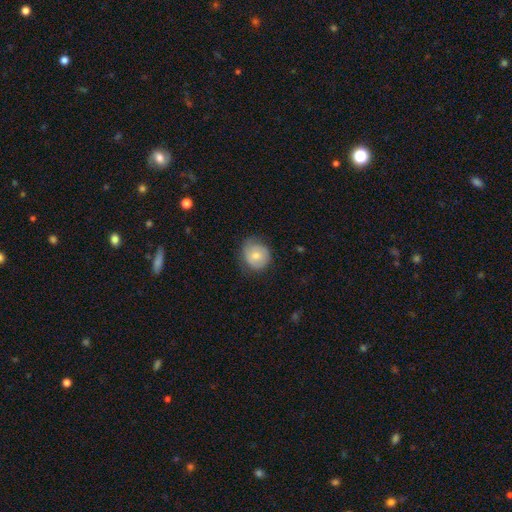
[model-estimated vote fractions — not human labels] Q: Smooth or featured?
A: smooth (67%); runner-up: featured or disk (26%)
Q: How rounded?
A: round (82%); runner-up: in between (18%)
Q: Merging?
A: none (62%); runner-up: minor disturbance (28%)